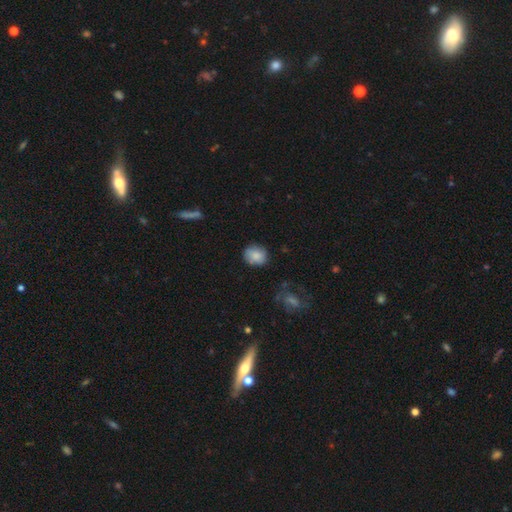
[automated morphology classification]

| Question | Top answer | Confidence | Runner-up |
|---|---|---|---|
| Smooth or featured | smooth | 82% | featured or disk (10%) |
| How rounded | round | 63% | in between (36%) |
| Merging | none | 75% | minor disturbance (19%) |